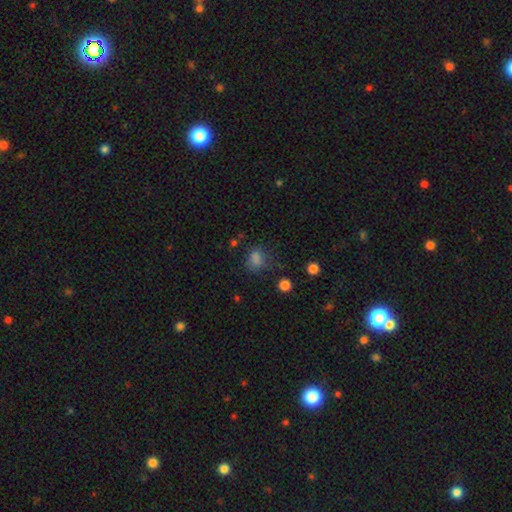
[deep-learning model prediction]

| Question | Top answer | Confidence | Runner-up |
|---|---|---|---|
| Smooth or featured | smooth | 68% | star or artifact (24%) |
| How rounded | in between | 51% | round (47%) |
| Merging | none | 65% | minor disturbance (21%) |